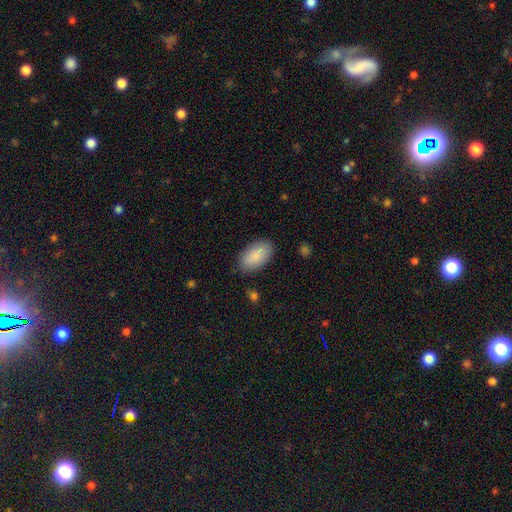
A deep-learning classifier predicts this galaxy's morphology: Q: Smooth or featured?
A: smooth (87%); runner-up: featured or disk (7%)
Q: How rounded?
A: in between (94%); runner-up: round (3%)
Q: Merging?
A: none (83%); runner-up: minor disturbance (12%)